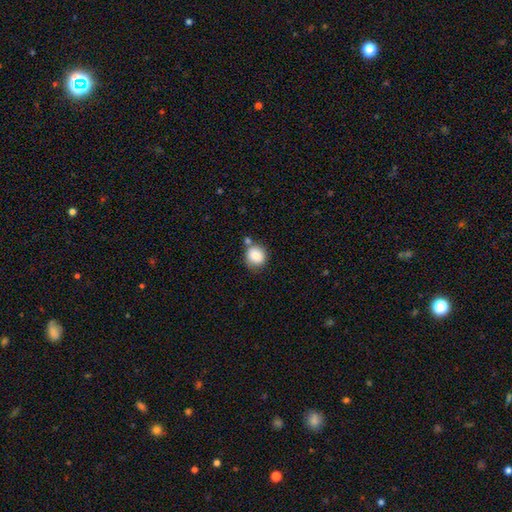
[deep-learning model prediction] smooth-or-featured: smooth: 85% | star or artifact: 8% | featured or disk: 7%
  how-rounded: round: 86% | in between: 13% | cigar-shaped: 1%
  merging: none: 63% | minor disturbance: 17% | merger: 16% | major disturbance: 5%